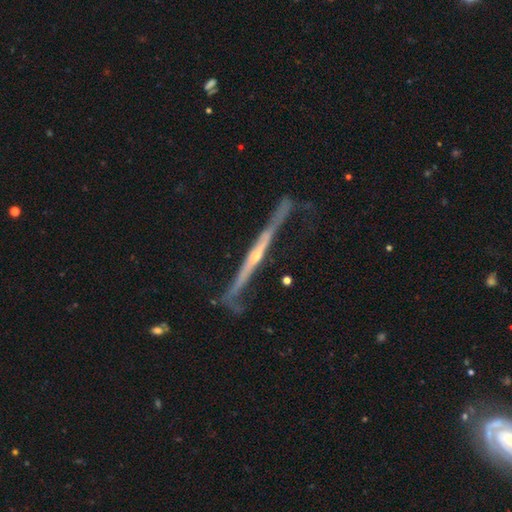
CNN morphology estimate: Overall: featured or disk (86%). Edge-on disk: yes (95%). Edge-on bulge: rounded (75%). Merging: none (59%; minor disturbance 28%).